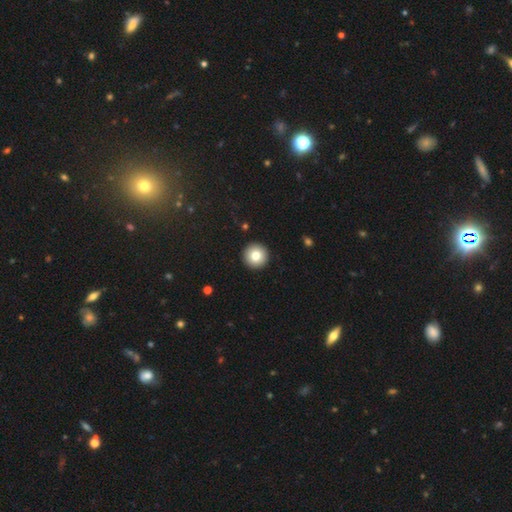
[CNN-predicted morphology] Q: Smooth or featured?
A: smooth (79%); runner-up: featured or disk (12%)
Q: How rounded?
A: round (97%); runner-up: in between (2%)
Q: Merging?
A: none (94%); runner-up: minor disturbance (4%)